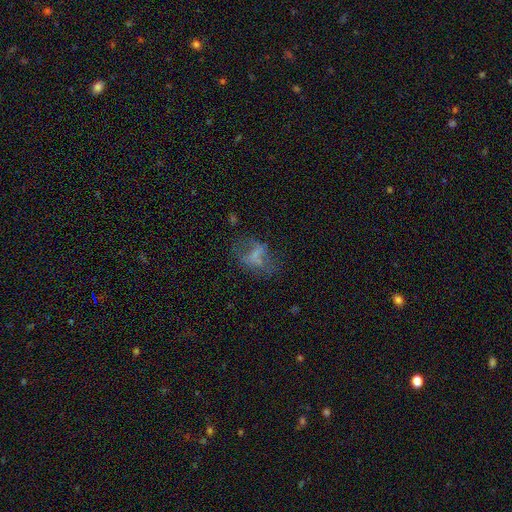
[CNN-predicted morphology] featured or disk 44%, smooth 39%, star or artifact 17%. Down the decision tree: merging — none (39%).